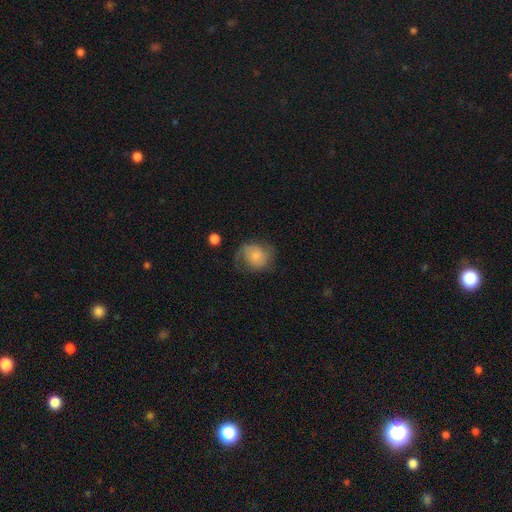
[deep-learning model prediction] Smooth or featured: smooth — 58% (featured or disk — 34%)
How rounded: round — 66% (in between — 33%)
Merging: none — 51% (minor disturbance — 27%)